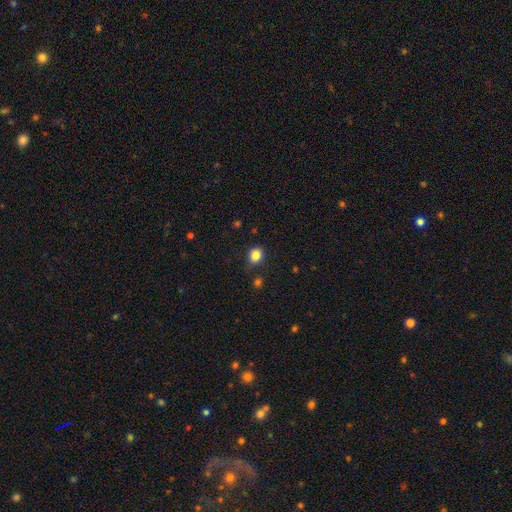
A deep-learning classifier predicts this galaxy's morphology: smooth-or-featured: smooth: 84% | star or artifact: 11% | featured or disk: 5%
  how-rounded: round: 55% | in between: 44% | cigar-shaped: 1%
  merging: none: 80% | minor disturbance: 15% | major disturbance: 3% | merger: 2%